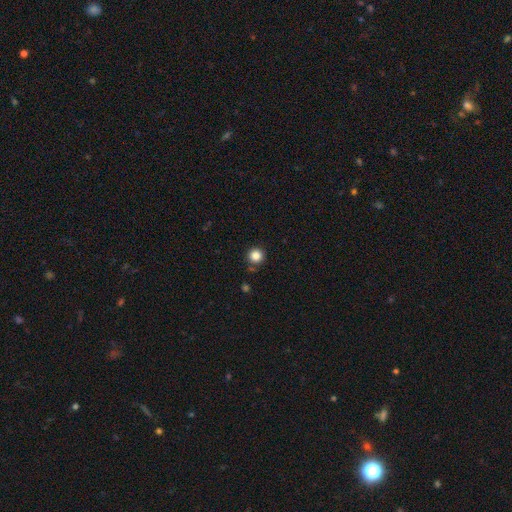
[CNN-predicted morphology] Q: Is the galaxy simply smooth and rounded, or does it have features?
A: smooth — 85%.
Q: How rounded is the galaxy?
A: round — 95%.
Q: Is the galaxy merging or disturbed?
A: none — 89%.